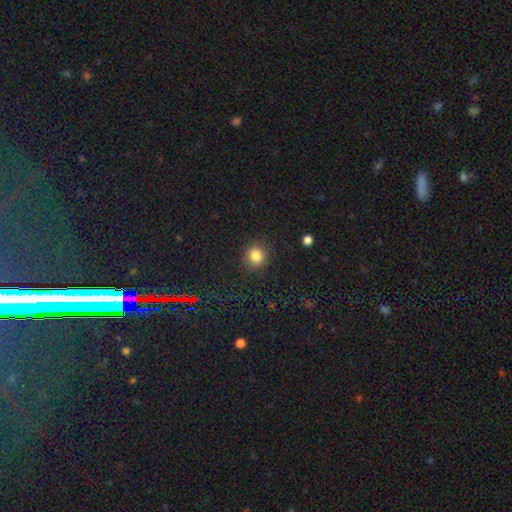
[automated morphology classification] Smooth or featured? smooth (83%)
How rounded? round (88%)
Merging? none (88%)